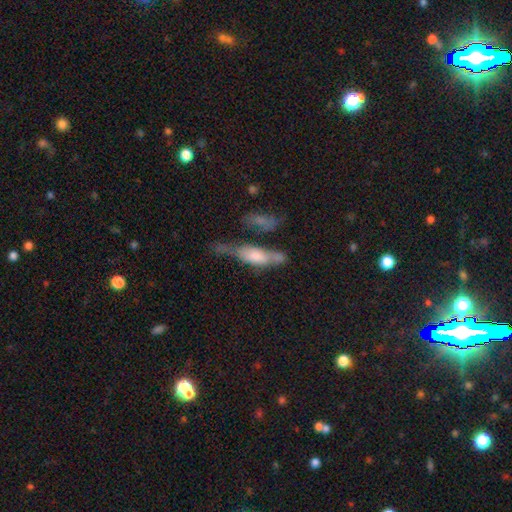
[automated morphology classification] This appears to be a smooth galaxy with no disk features (51%) that is cigar-shaped (53%). Merging: none (31%).